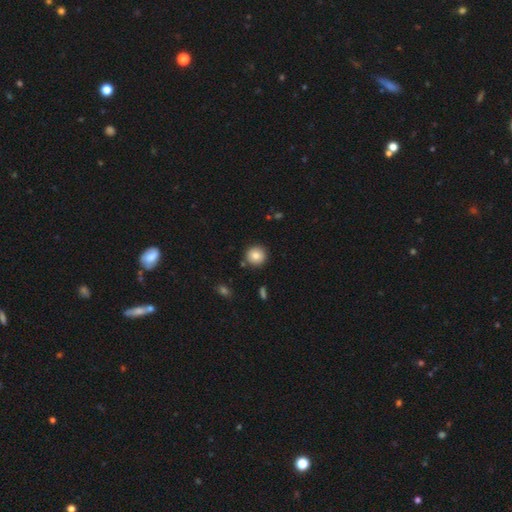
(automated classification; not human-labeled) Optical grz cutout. It shows a smooth galaxy with no disk features (83%) that is round (93%). Merging: none (88%).